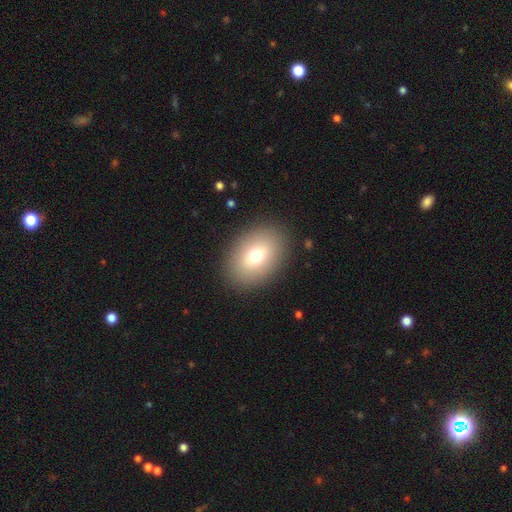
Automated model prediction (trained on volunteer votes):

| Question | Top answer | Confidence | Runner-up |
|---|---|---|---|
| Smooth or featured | smooth | 73% | featured or disk (17%) |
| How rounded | in between | 77% | round (22%) |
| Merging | none | 88% | minor disturbance (8%) |